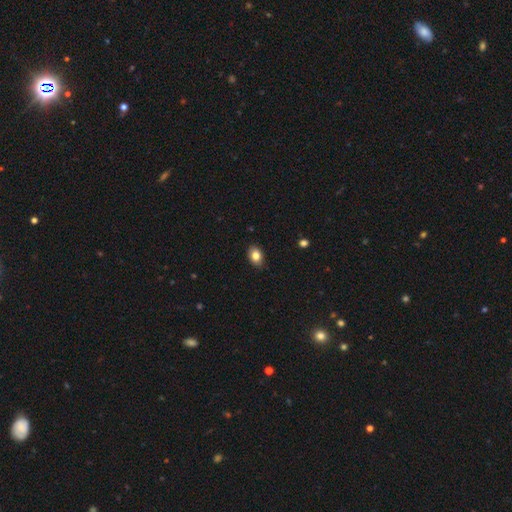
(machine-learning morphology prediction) This is clearly a smooth galaxy (84%). How rounded: likely in between (79%). Merging: clearly none (88%).